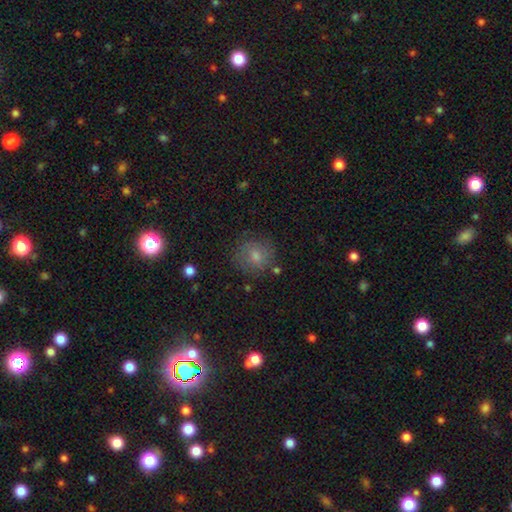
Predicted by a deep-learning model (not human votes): Overall: smooth (56%; star or artifact 25%). How rounded: round (89%). Merging: none (83%).